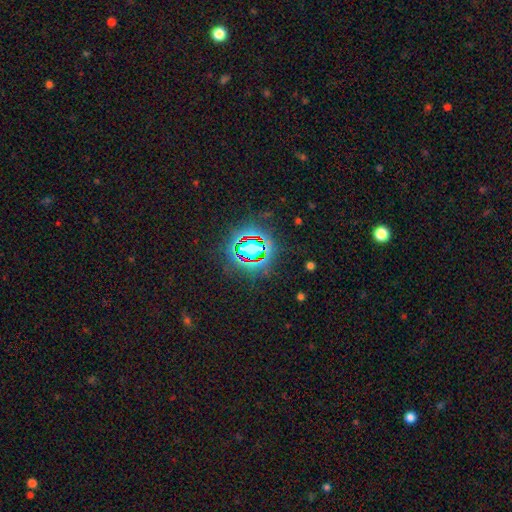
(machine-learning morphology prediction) A star or artifact, not a galaxy (80%).

Vote fractions:
- Smooth or featured? star or artifact: 80% / smooth: 12% / featured or disk: 8%